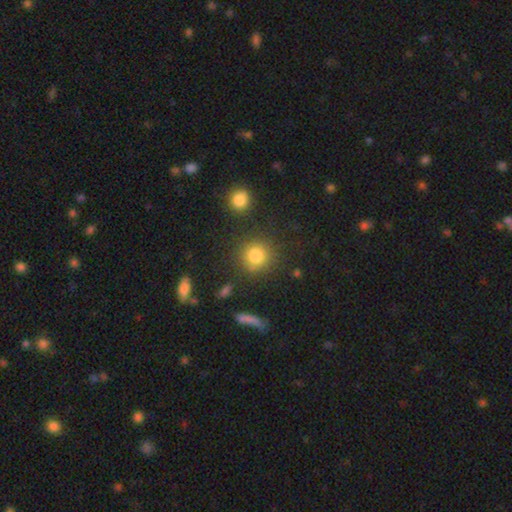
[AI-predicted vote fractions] This is clearly a smooth galaxy (81%). How rounded: clearly round (89%). Merging: clearly none (81%).